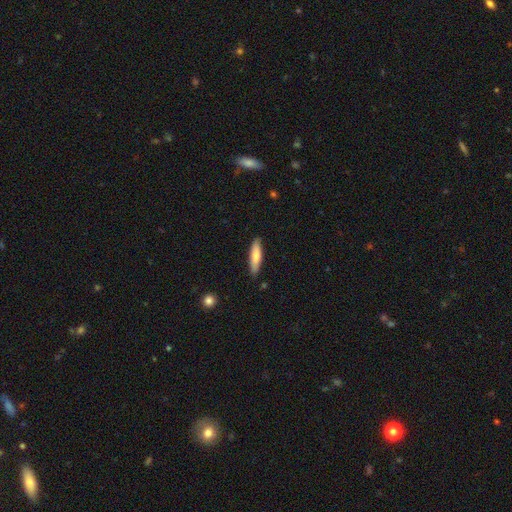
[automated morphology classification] This is likely a smooth galaxy (77%). How rounded: likely cigar-shaped (70%). Merging: clearly none (86%).